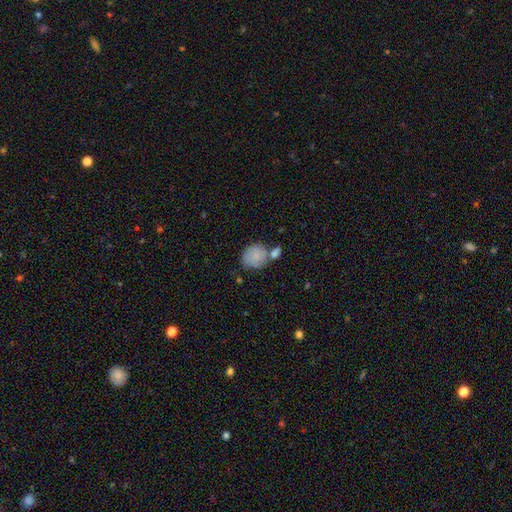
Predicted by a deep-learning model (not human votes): Overall: smooth (78%). How rounded: round (67%; in between 32%). Merging: none (43%; merger 28%).